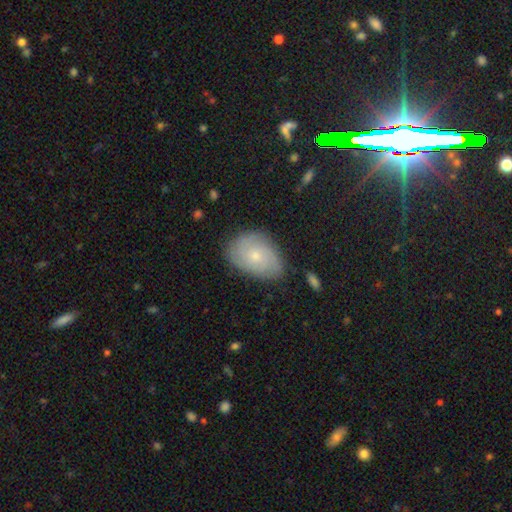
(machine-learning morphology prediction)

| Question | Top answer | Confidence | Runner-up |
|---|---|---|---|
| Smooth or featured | featured or disk | 54% | smooth (38%) |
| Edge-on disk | no | 96% | yes (4%) |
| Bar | no | 82% | weak (16%) |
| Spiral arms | yes | 86% | no (14%) |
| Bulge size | small | 71% | moderate (25%) |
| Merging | none | 75% | minor disturbance (19%) |